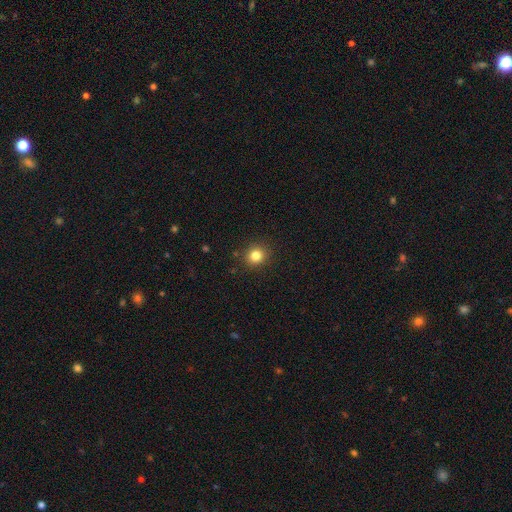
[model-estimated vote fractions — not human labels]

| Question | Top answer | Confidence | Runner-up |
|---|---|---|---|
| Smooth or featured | smooth | 82% | star or artifact (12%) |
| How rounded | round | 87% | in between (13%) |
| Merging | none | 89% | minor disturbance (7%) |